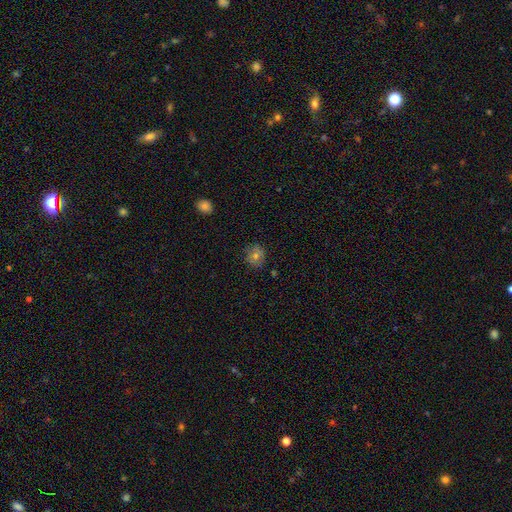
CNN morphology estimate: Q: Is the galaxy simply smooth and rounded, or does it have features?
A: smooth — 61%.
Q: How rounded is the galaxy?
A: round — 83%.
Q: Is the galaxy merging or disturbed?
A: none — 82%.